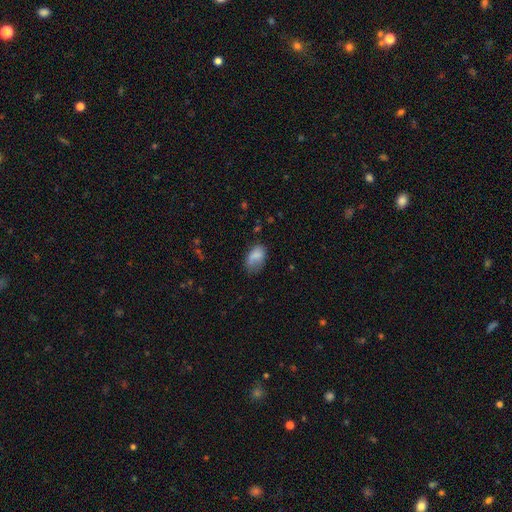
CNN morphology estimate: A smooth galaxy with no disk features (81%) that is in between round and cigar-shaped (90%). Merging: none (48%).